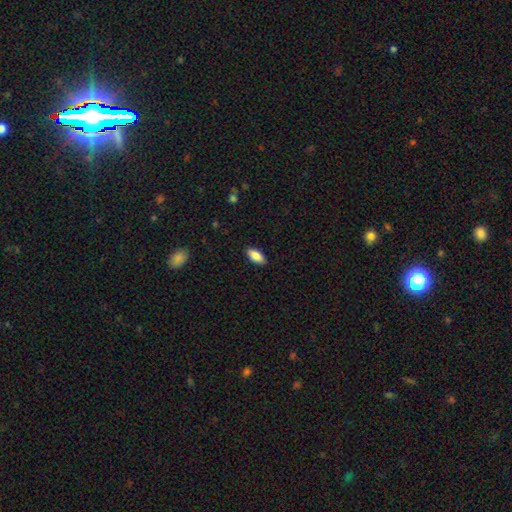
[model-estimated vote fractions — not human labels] A smooth galaxy with no disk features (87%) that is in between round and cigar-shaped (89%). Merging: none (88%).